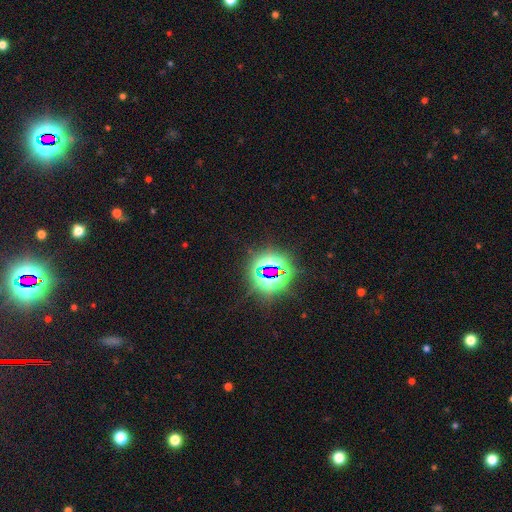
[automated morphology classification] A star or artifact, not a galaxy (78%).